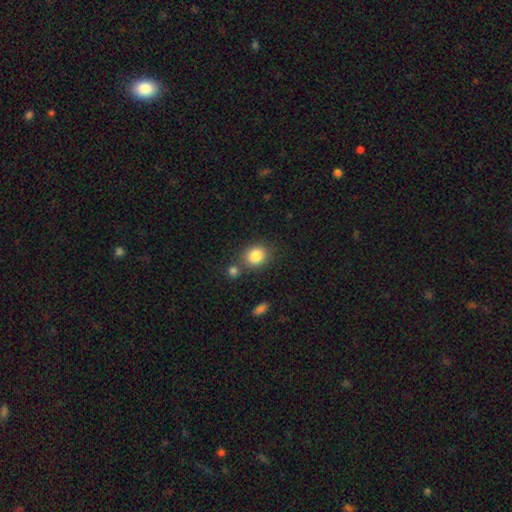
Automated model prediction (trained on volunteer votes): The model was most divided on "how rounded": round: 66%, in between: 33%, cigar-shaped: 1%. More confident: smooth or featured — smooth (85%); merging — none (70%).